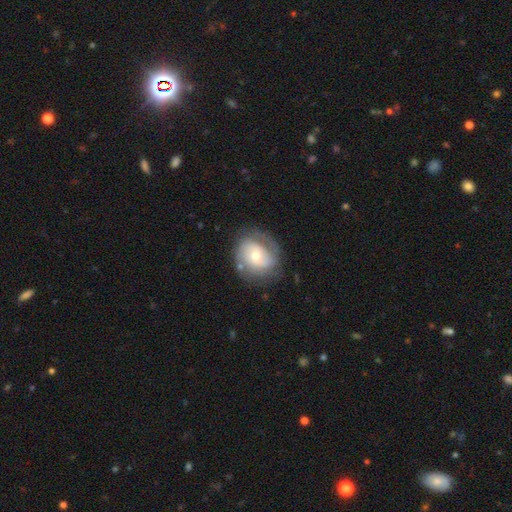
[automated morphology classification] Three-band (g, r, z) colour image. It shows a featured or disk galaxy (60%) with no bar (68%), spiral arms (78%) and a moderate central bulge (52%). Merging: none (65%).